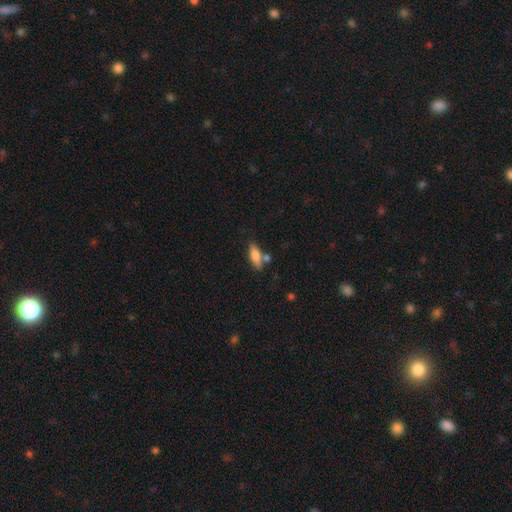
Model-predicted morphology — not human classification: smooth 74%, featured or disk 19%, star or artifact 7%. Down the decision tree: how rounded — in between (61%); merging — none (63%).